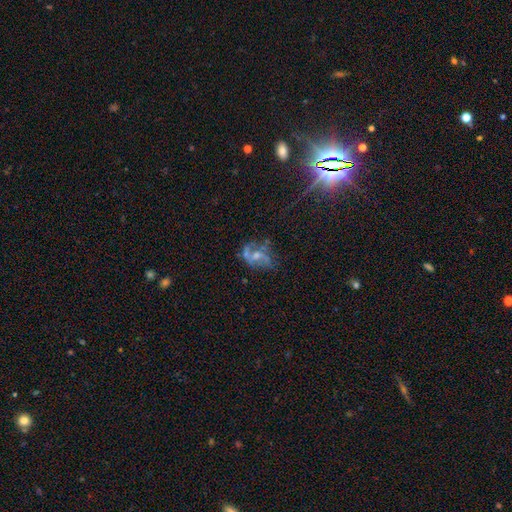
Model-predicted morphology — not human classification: This is likely a featured or disk galaxy (64%). It is clearly not viewed edge-on (97%). Bar: possibly no (57%). Spiral arm pattern: likely yes (63%). Central bulge: marginally moderate (43%). Merging: marginally none (42%).